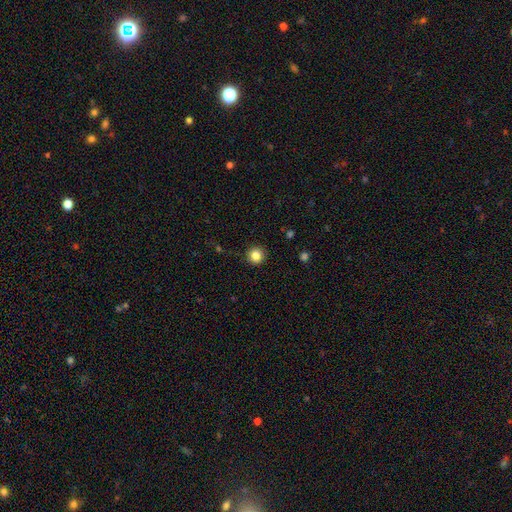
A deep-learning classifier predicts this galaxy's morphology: Smooth or featured? smooth (84%)
How rounded? round (93%)
Merging? none (90%)